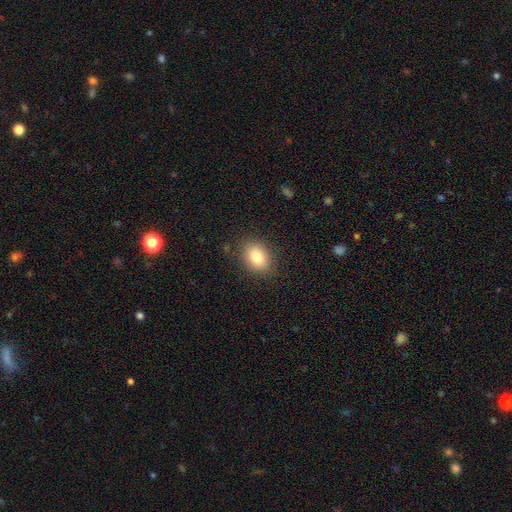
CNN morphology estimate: This is clearly a smooth galaxy (83%). How rounded: likely in between (69%). Merging: clearly none (86%).